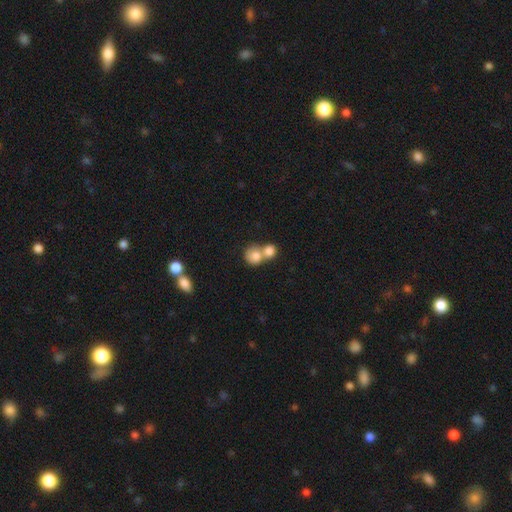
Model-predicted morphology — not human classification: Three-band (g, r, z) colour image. It shows a smooth galaxy with no disk features (80%) that is round (79%). Merging: merger (63%).